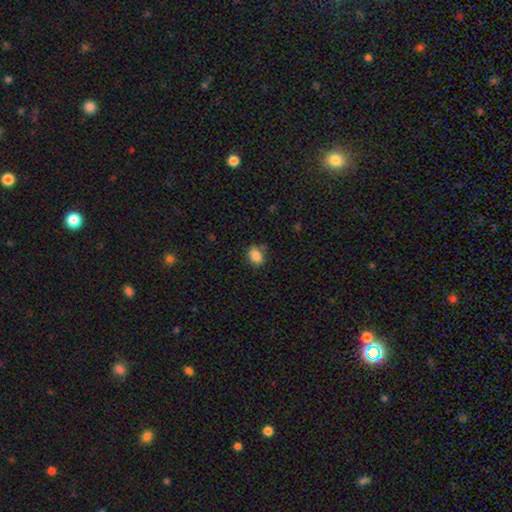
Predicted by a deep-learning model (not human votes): smooth_or_featured: smooth (p=0.86) [alt: star or artifact p=0.09]
how_rounded: in between (p=0.70) [alt: round p=0.29]
merging: none (p=0.75) [alt: minor disturbance p=0.19]